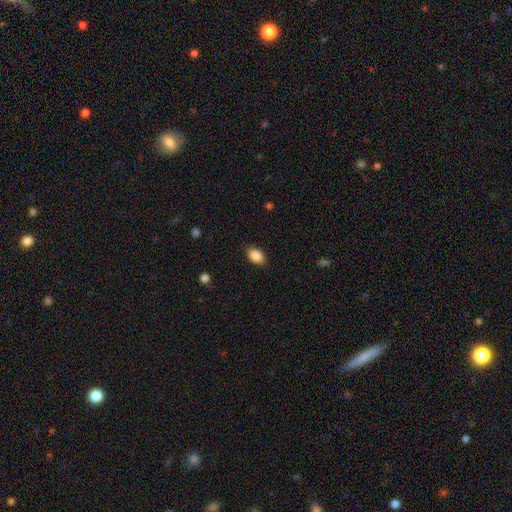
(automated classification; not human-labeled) Smooth or featured: smooth — 88% (star or artifact — 7%)
How rounded: in between — 90% (round — 8%)
Merging: none — 85% (minor disturbance — 11%)